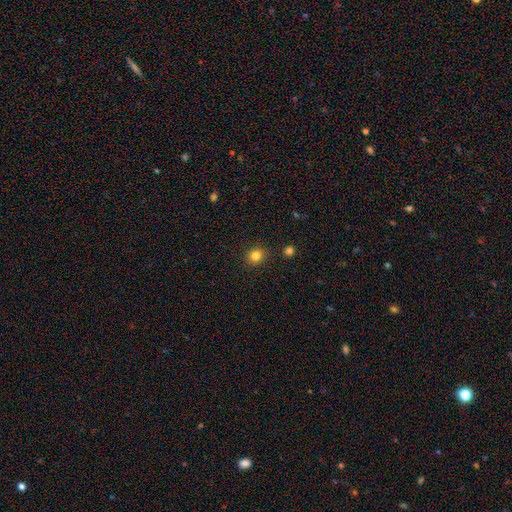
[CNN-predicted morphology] smooth 82%, star or artifact 13%, featured or disk 5%. Down the decision tree: how rounded — round (82%); merging — none (89%).